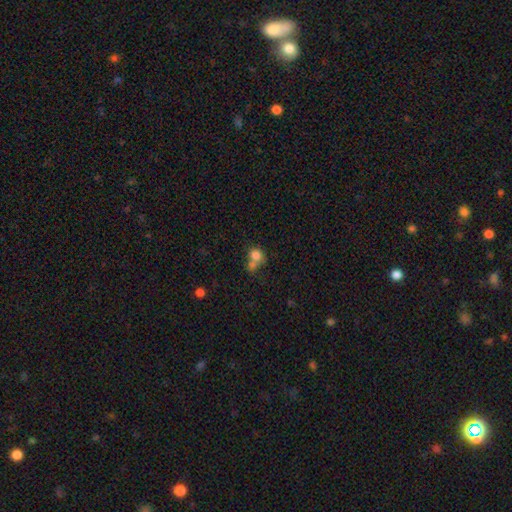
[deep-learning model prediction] A smooth galaxy with no disk features (77%) that is round (77%). Merging: merger (51%).